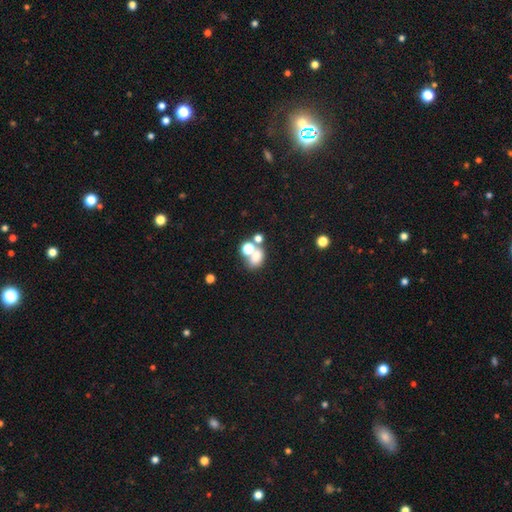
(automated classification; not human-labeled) smooth-or-featured: smooth: 67% | star or artifact: 18% | featured or disk: 16%
  how-rounded: in between: 59% | round: 40% | cigar-shaped: 1%
  merging: merger: 47% | none: 37% | minor disturbance: 9% | major disturbance: 7%